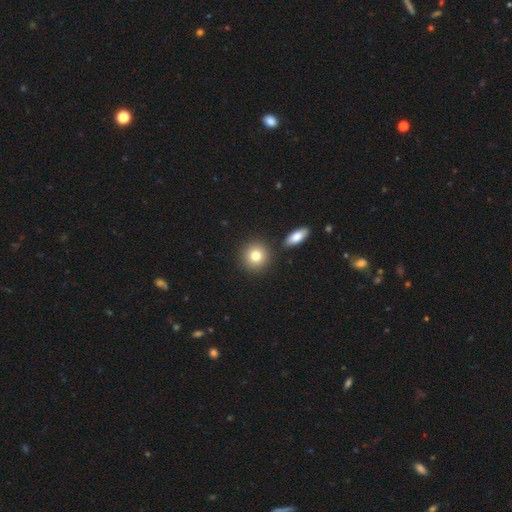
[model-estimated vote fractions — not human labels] Morphology: type=smooth (80%); roundness=round (90%); merging=none (83%).